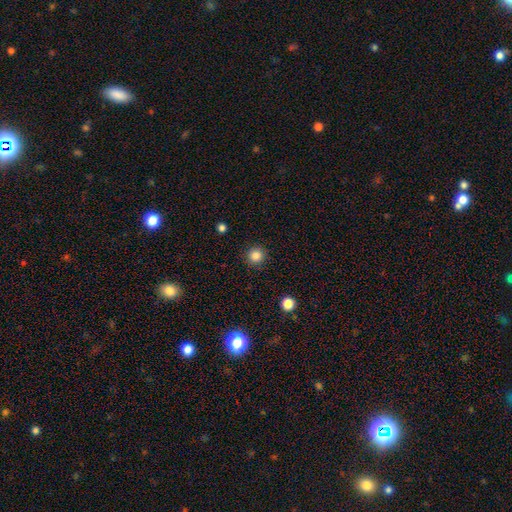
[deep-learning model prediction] The model was most divided on "smooth or featured": smooth: 85%, star or artifact: 11%, featured or disk: 4%. More confident: how rounded — round (94%); merging — none (91%).